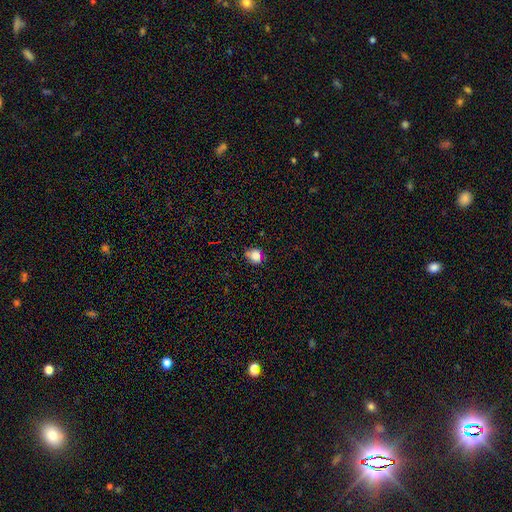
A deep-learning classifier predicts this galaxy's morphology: A smooth galaxy with no disk features (81%) that is round (75%).

Vote fractions:
- Smooth or featured? smooth: 81% / star or artifact: 12% / featured or disk: 7%
- How rounded? round: 75% / in between: 24% / cigar-shaped: 1%
- Merging? none: 68% / minor disturbance: 23% / major disturbance: 5% / merger: 4%